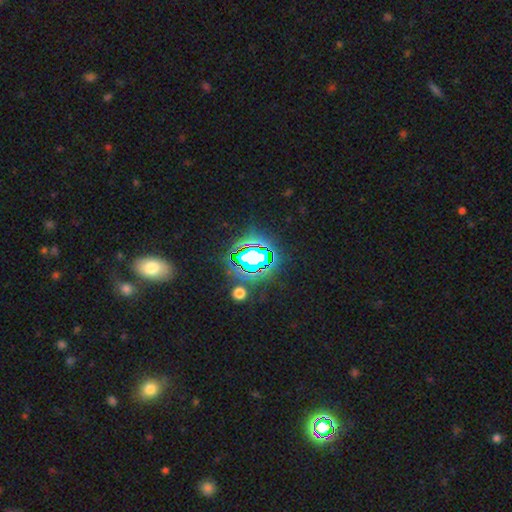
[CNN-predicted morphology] type=star or artifact (72%).